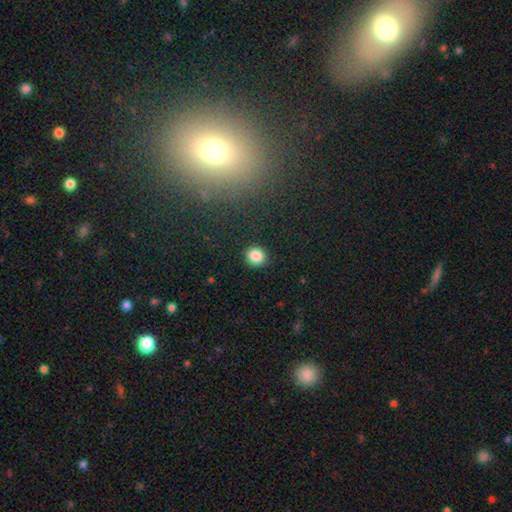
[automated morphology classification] Smooth or featured? smooth (86%)
How rounded? round (84%)
Merging? none (91%)